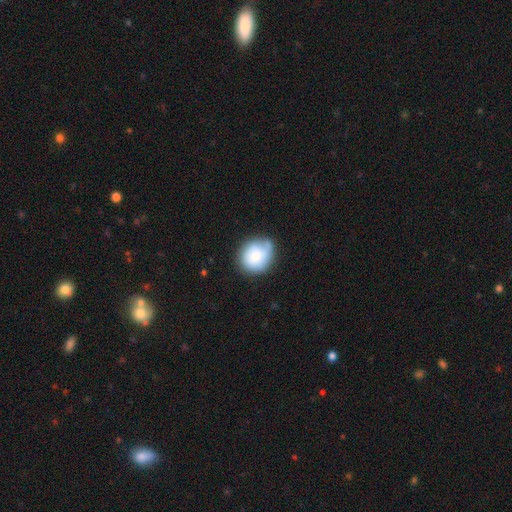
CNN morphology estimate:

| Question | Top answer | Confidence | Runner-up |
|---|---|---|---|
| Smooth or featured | smooth | 71% | featured or disk (21%) |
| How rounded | round | 72% | in between (27%) |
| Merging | none | 54% | minor disturbance (31%) |